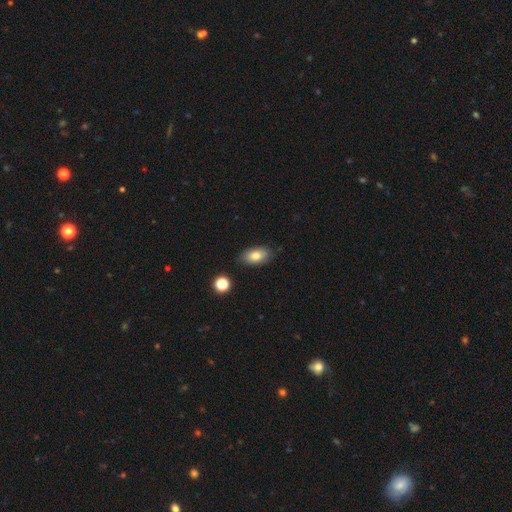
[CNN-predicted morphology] This is likely a smooth galaxy (80%). How rounded: clearly in between (90%). Merging: clearly none (84%).